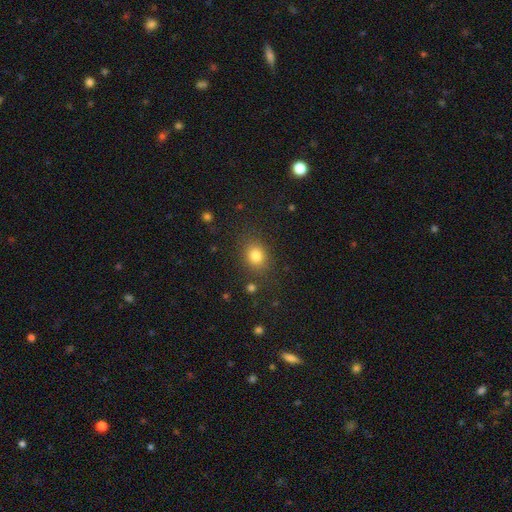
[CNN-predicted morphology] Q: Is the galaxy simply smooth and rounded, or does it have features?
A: smooth — 82%.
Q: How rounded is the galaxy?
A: round — 59%.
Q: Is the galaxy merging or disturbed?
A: none — 82%.